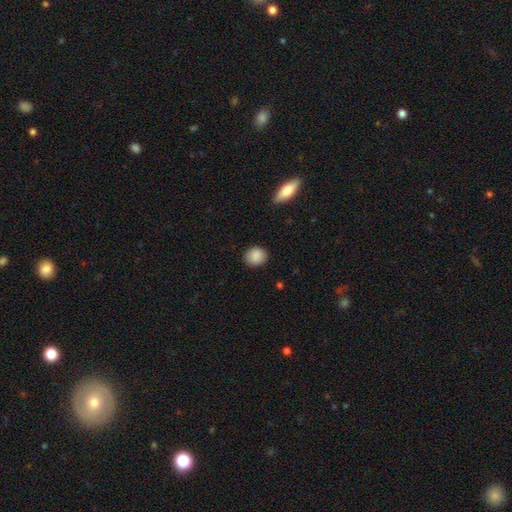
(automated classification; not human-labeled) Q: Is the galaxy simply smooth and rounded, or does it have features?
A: smooth — 89%.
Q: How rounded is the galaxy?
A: round — 72%.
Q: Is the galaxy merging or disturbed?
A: none — 86%.